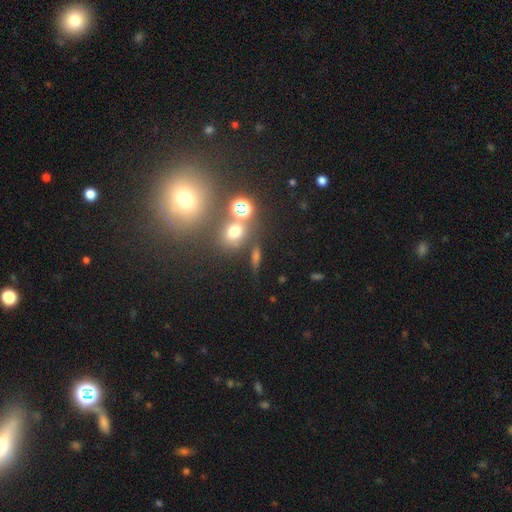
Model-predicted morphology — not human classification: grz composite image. It shows a smooth galaxy with no disk features (55%) that is round (53%). Merging: none (66%).